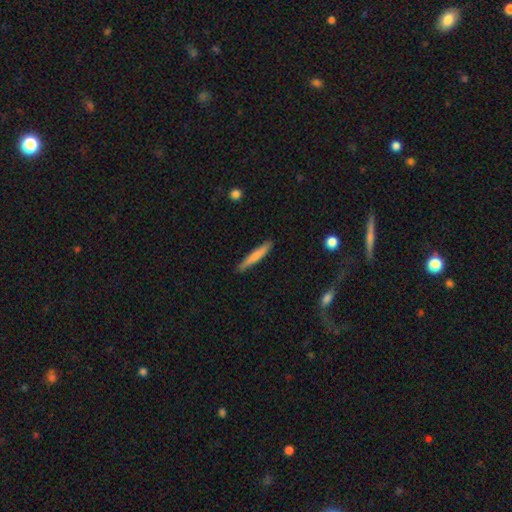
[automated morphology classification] The model was most divided on "smooth or featured": smooth: 71%, featured or disk: 23%, star or artifact: 5%. More confident: how rounded — cigar-shaped (94%); merging — none (87%).